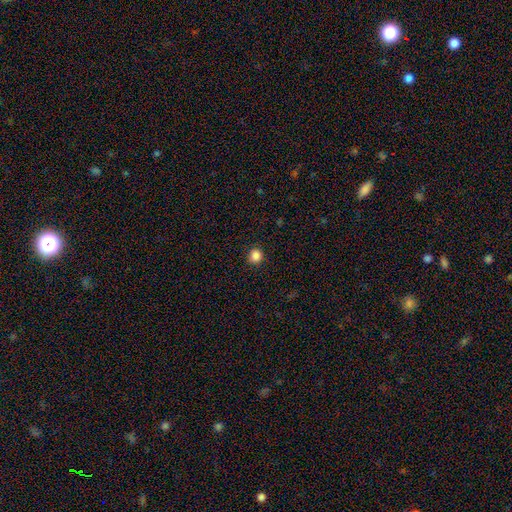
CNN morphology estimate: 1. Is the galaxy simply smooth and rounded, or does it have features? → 86% smooth, 11% star or artifact, 3% featured or disk.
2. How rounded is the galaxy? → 90% round, 9% in between, 1% cigar-shaped.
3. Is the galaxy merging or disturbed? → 91% none, 6% minor disturbance, 2% major disturbance, 1% merger.